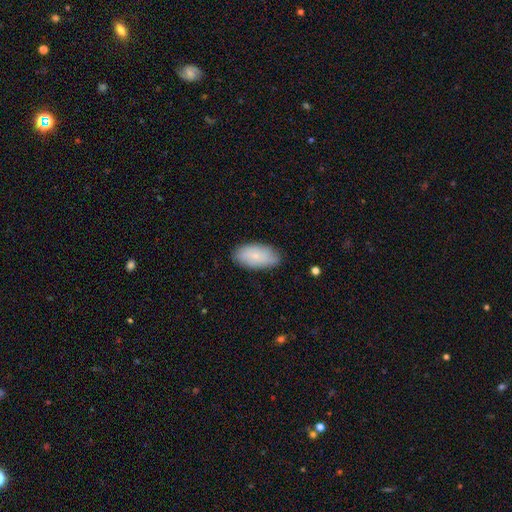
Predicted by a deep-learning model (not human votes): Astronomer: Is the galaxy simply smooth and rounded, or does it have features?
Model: smooth — 71%.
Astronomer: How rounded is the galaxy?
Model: in between — 93%.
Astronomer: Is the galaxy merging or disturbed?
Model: none — 82%.